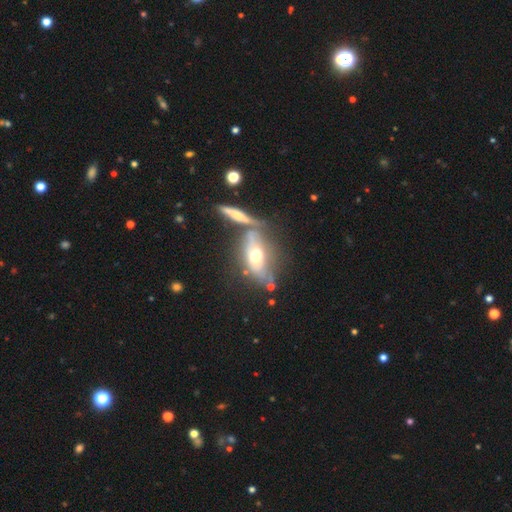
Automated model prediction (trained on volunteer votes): This appears to be a featured or disk galaxy (56%). Merging: none (44%).